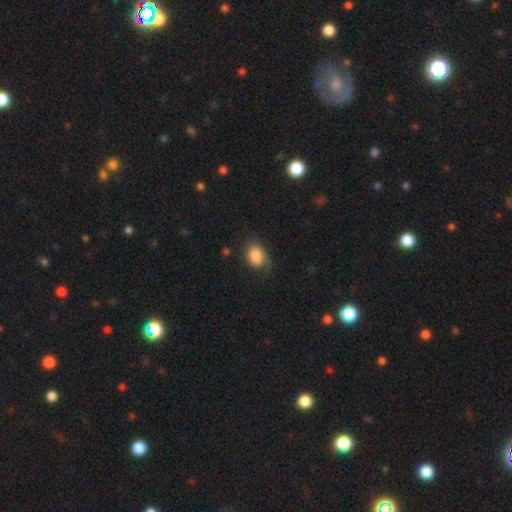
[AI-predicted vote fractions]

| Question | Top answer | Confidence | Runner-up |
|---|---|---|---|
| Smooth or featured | smooth | 82% | featured or disk (10%) |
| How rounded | in between | 72% | round (27%) |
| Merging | none | 57% | minor disturbance (29%) |